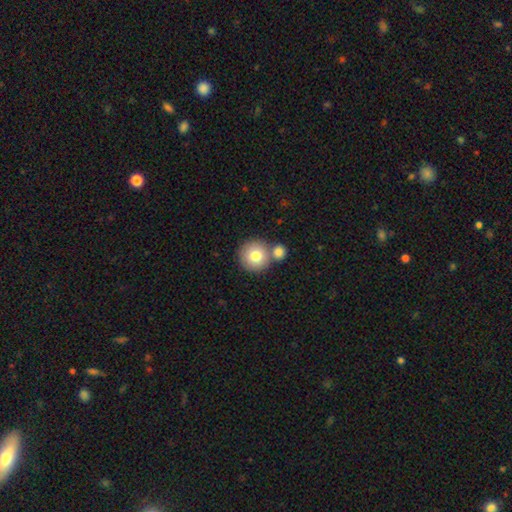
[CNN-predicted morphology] Overall: smooth (78%). How rounded: round (94%). Merging: none (63%; merger 27%).